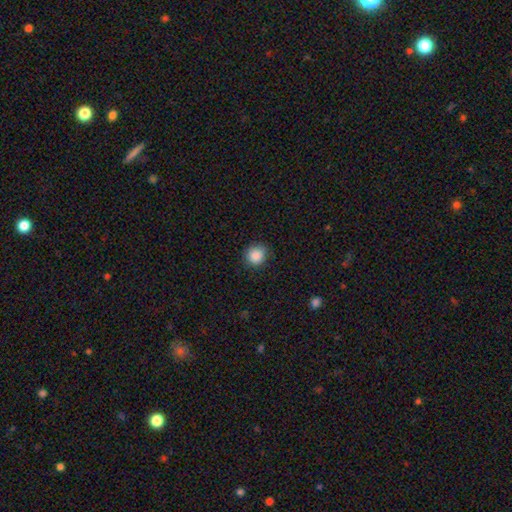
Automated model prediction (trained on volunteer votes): The model was most divided on "how rounded": round: 86%, in between: 13%, cigar-shaped: 1%. More confident: smooth or featured — smooth (88%); merging — none (86%).